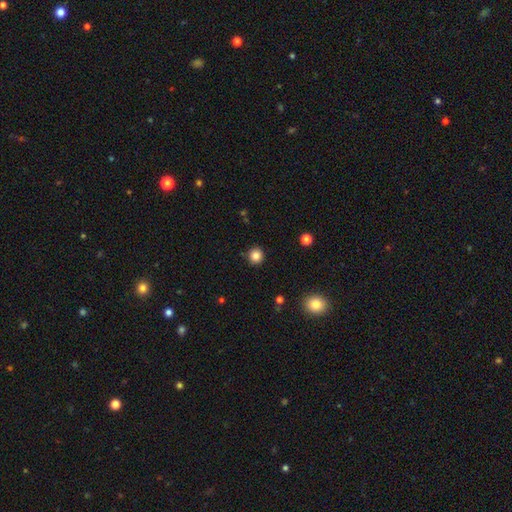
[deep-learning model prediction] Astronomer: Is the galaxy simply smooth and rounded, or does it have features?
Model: smooth — 84%.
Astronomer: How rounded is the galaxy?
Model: round — 93%.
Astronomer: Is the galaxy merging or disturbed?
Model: none — 91%.